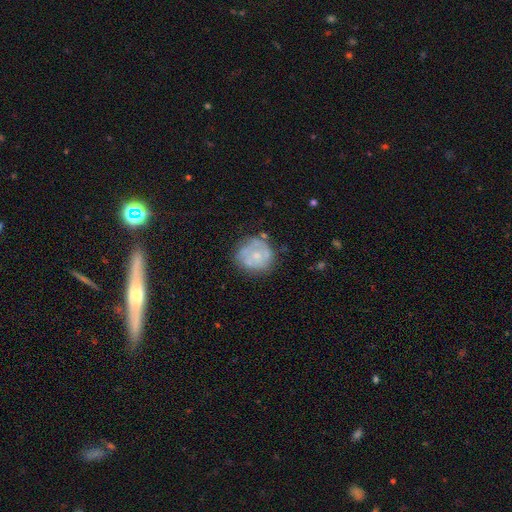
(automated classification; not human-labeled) Smooth or featured? featured or disk (52%)
Edge-on disk? no (98%)
Bar? no (85%)
Spiral arms? no (53%)
Bulge size? small (55%)
Merging? none (62%)